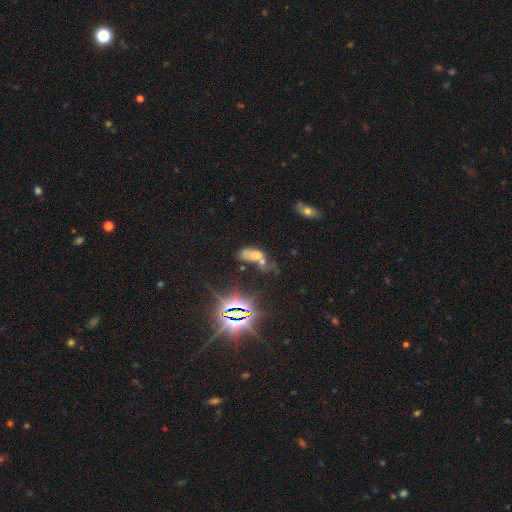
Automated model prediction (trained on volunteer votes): Overall: star or artifact (40%; smooth 35%).